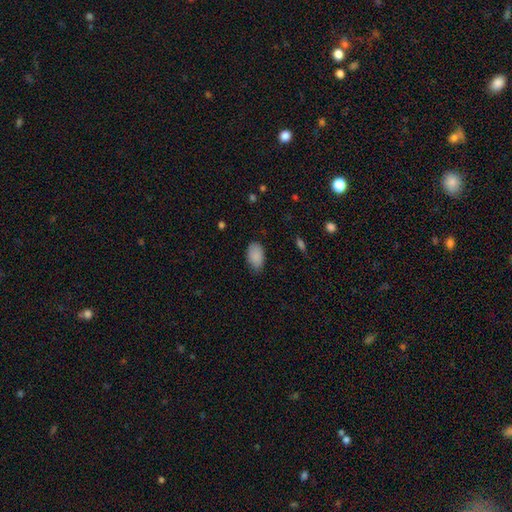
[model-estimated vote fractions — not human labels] A smooth galaxy with no disk features (89%) that is in between round and cigar-shaped (92%). Merging: none (75%).